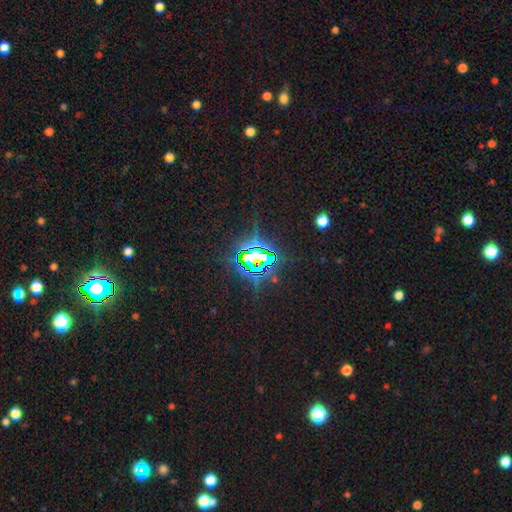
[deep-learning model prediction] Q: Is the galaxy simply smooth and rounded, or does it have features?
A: star or artifact — 82%.